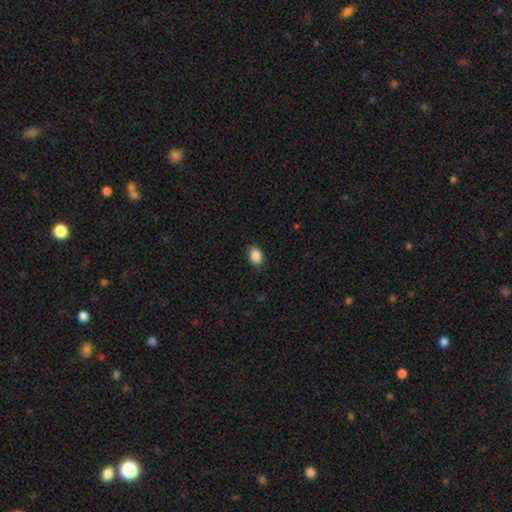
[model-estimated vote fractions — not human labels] Morphology: type=smooth (89%); roundness=in between (80%); merging=none (88%).